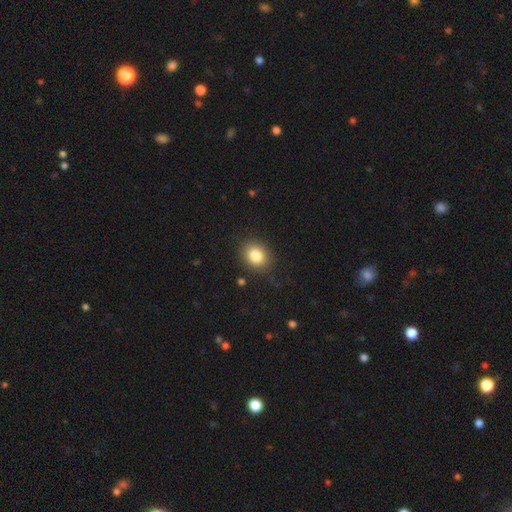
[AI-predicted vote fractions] The model was most divided on "how rounded": round: 50%, in between: 49%, cigar-shaped: 1%. More confident: merging — none (87%); smooth or featured — smooth (84%).